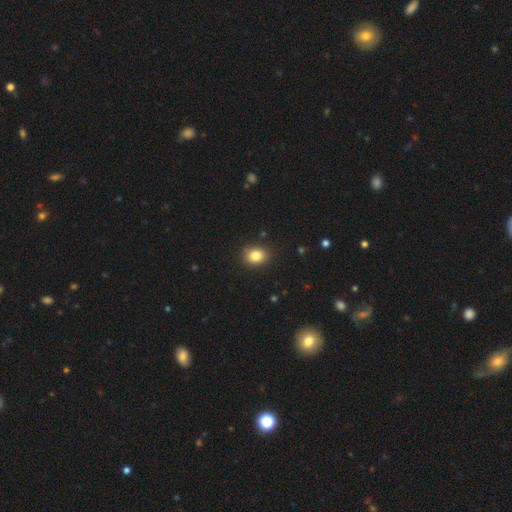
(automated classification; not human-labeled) This appears to be a smooth galaxy with no disk features (85%) that is in between round and cigar-shaped (54%). Merging: none (87%).